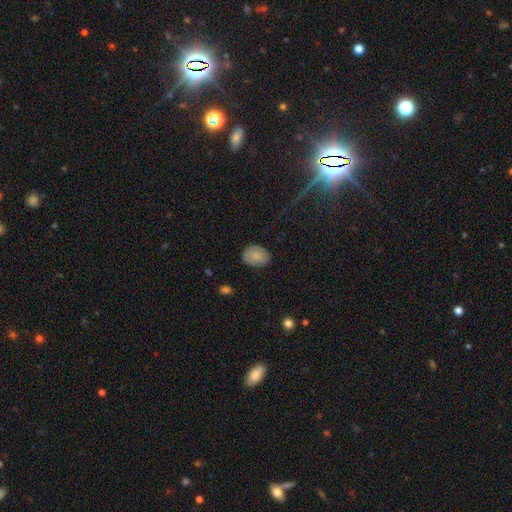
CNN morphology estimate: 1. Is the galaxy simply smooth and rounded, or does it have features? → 76% smooth, 16% featured or disk, 8% star or artifact.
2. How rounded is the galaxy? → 63% in between, 36% round, 1% cigar-shaped.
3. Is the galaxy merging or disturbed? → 78% none, 17% minor disturbance, 4% major disturbance, 1% merger.